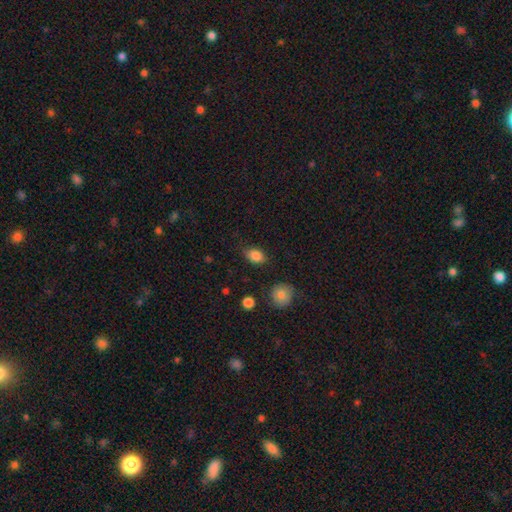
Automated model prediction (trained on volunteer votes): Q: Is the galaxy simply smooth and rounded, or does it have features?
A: smooth — 85%.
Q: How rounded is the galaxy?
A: in between — 78%.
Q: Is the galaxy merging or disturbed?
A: none — 79%.